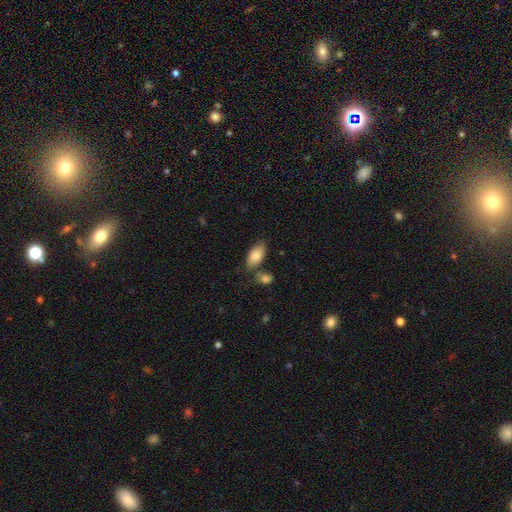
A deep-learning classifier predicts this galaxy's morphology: Smooth or featured? Predicted: smooth (p=0.83). How rounded? Predicted: in between (p=0.92). Merging? Predicted: none (p=0.69).